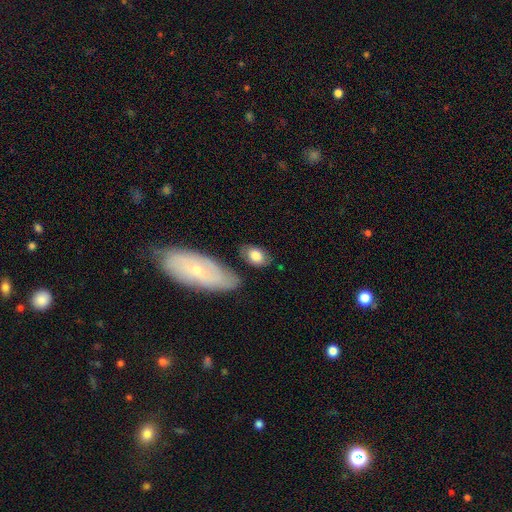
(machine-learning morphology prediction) This is likely a smooth galaxy (76%). How rounded: clearly in between (87%). Merging: likely none (68%).